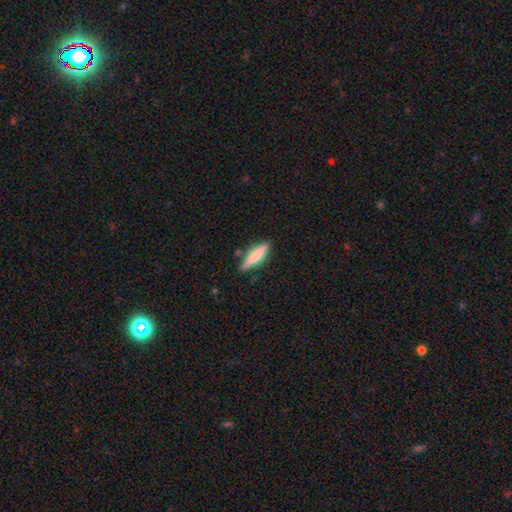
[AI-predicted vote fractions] The model was most divided on "smooth or featured": smooth: 69%, featured or disk: 25%, star or artifact: 6%. More confident: merging — none (81%); how rounded — cigar-shaped (72%).